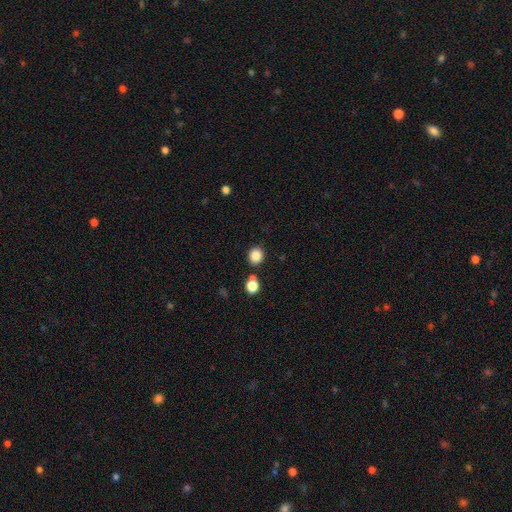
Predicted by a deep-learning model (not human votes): Overall: smooth (85%). How rounded: round (78%). Merging: none (79%).